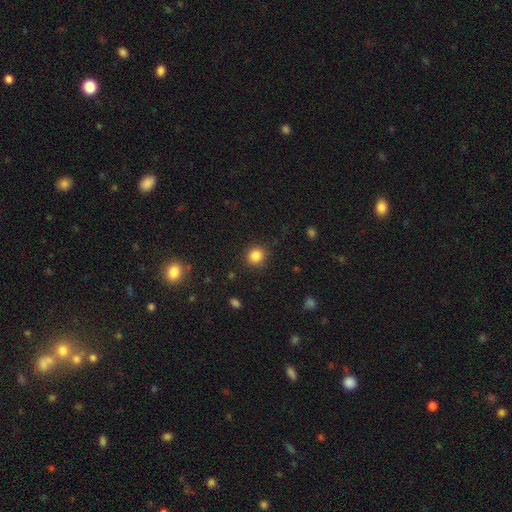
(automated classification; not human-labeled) Smooth or featured? smooth (85%)
How rounded? round (86%)
Merging? none (88%)